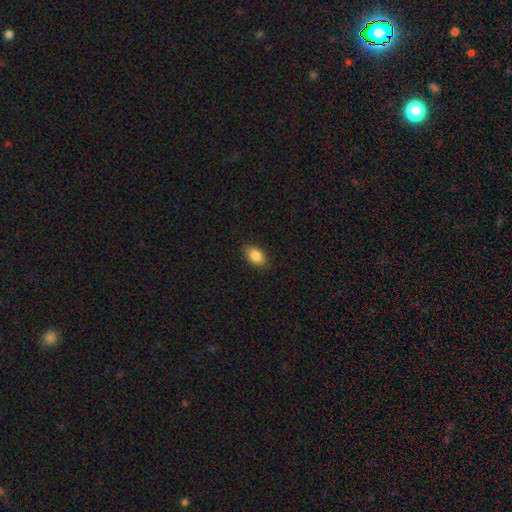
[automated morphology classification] smooth_or_featured: smooth (p=0.87) [alt: star or artifact p=0.08]
how_rounded: in between (p=0.90) [alt: round p=0.08]
merging: none (p=0.87) [alt: minor disturbance p=0.10]